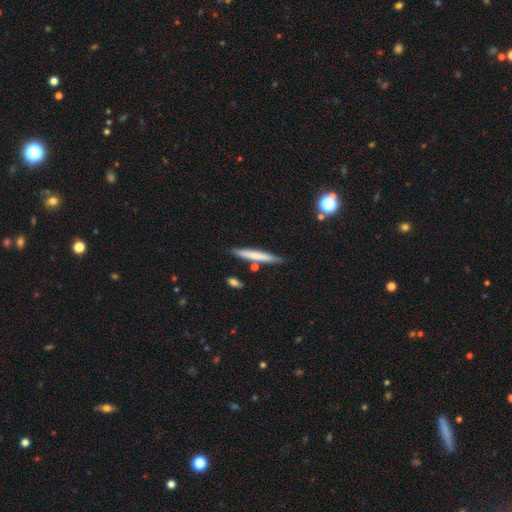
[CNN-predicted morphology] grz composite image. It shows a smooth galaxy with no disk features (67%) that is cigar-shaped (95%). Merging: none (83%).